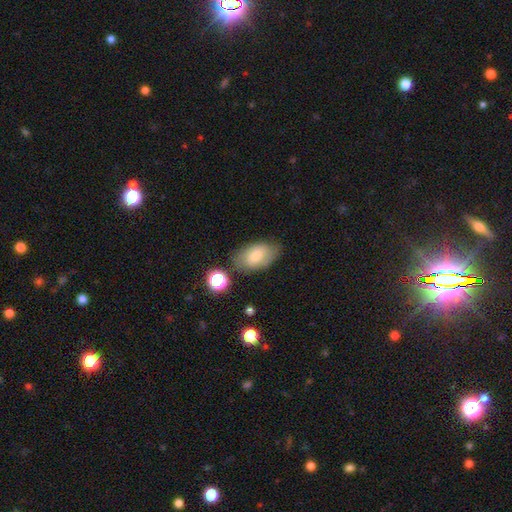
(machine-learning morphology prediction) A smooth galaxy with no disk features (72%) that is in between round and cigar-shaped (91%).

Vote fractions:
- Smooth or featured? smooth: 72% / featured or disk: 19% / star or artifact: 9%
- How rounded? in between: 91% / round: 7% / cigar-shaped: 2%
- Merging? none: 70% / minor disturbance: 19% / major disturbance: 6% / merger: 5%